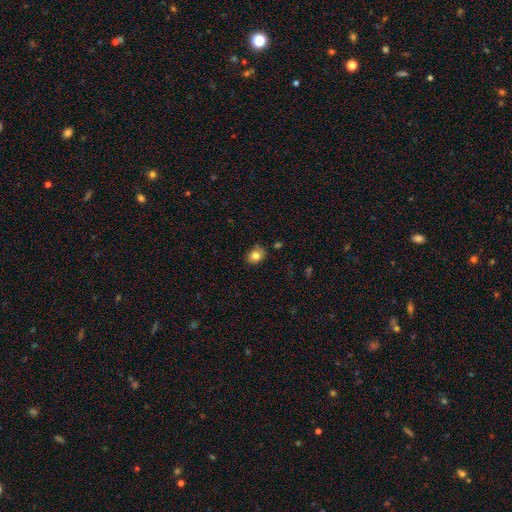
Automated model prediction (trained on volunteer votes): Smooth or featured?
  - smooth: 81% *
  - featured or disk: 10%
  - star or artifact: 10%
How rounded?
  - in between: 53% *
  - round: 46%
  - cigar-shaped: 1%
Merging?
  - none: 77% *
  - minor disturbance: 18%
  - major disturbance: 3%
  - merger: 2%